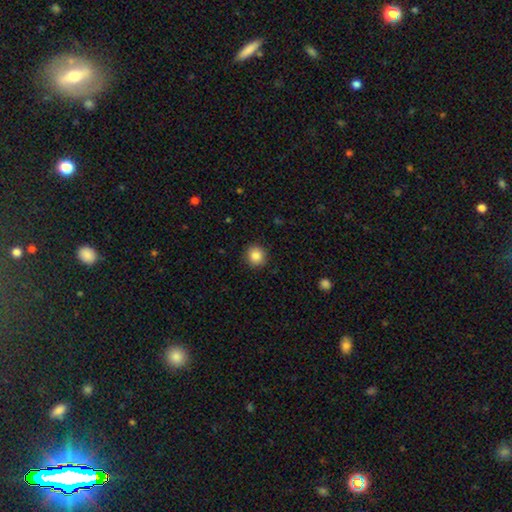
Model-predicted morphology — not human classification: A smooth galaxy with no disk features (86%) that is round (91%). Merging: none (90%).